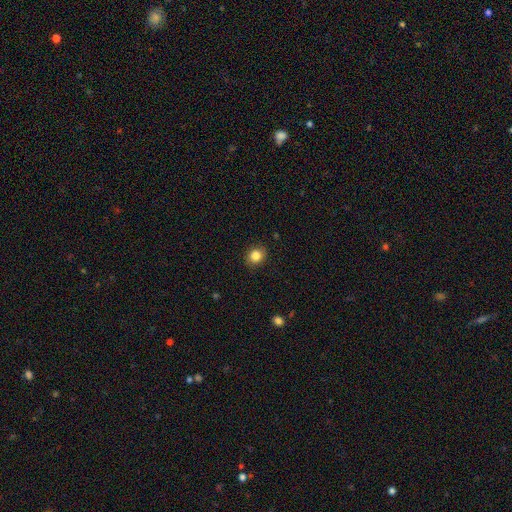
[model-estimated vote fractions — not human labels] The model was most divided on "how rounded": round: 76%, in between: 23%, cigar-shaped: 1%. More confident: merging — none (90%); smooth or featured — smooth (84%).